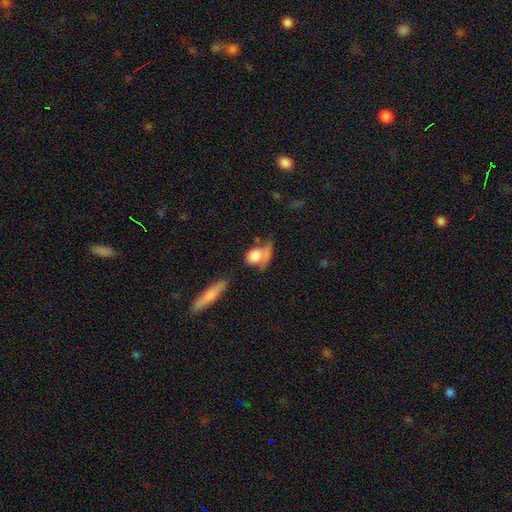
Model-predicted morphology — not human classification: smooth-or-featured: smooth: 73% | featured or disk: 19% | star or artifact: 8%
  how-rounded: in between: 51% | round: 44% | cigar-shaped: 6%
  merging: none: 28% | major disturbance: 26% | merger: 25% | minor disturbance: 22%